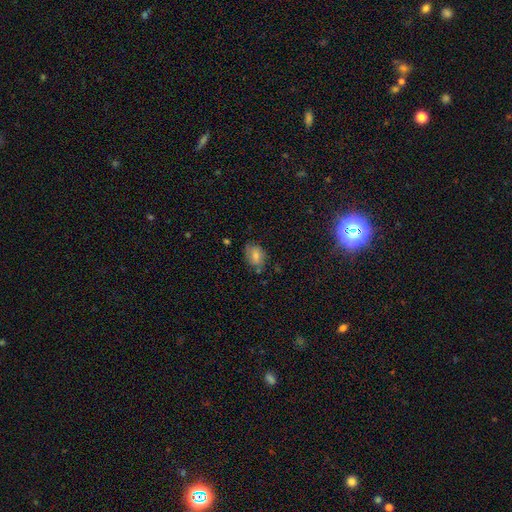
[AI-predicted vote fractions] Smooth or featured? smooth (69%)
How rounded? in between (76%)
Merging? none (66%)